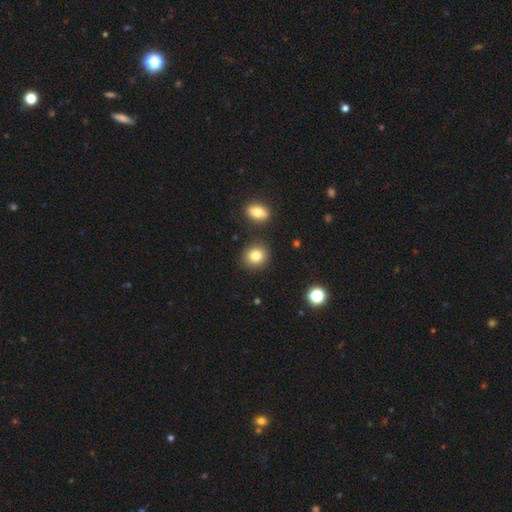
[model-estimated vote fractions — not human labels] Morphology: type=smooth (83%); roundness=round (82%); merging=none (85%).